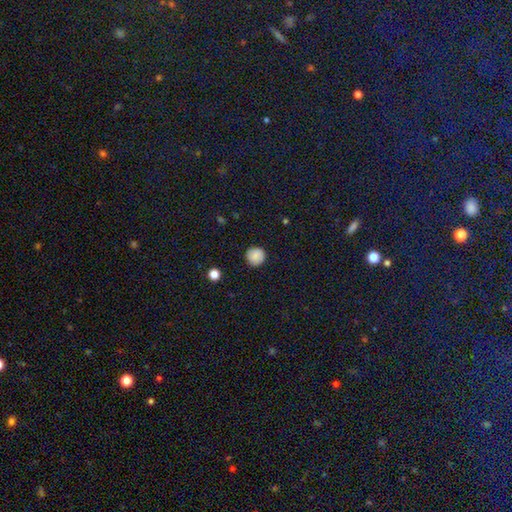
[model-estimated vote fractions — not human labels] Overall: smooth (86%). How rounded: round (94%). Merging: none (87%).